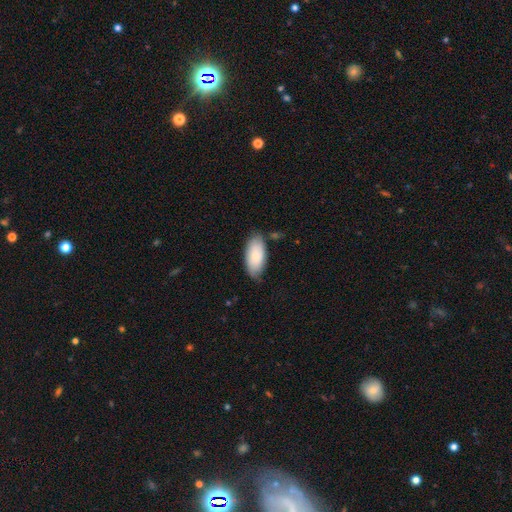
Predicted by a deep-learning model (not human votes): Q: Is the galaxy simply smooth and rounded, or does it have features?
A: smooth — 82%.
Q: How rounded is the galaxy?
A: in between — 93%.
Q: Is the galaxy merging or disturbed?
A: none — 73%.